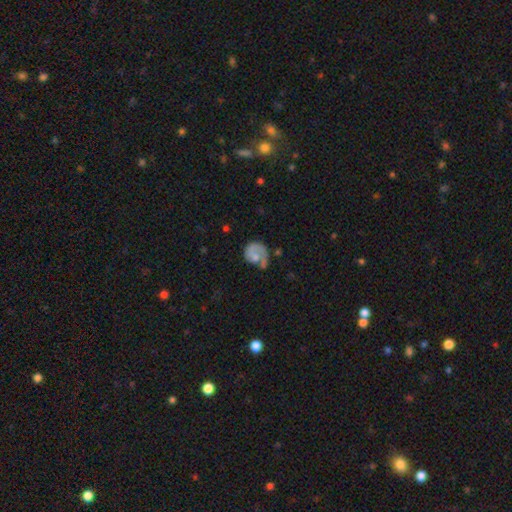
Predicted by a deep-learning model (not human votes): Overall: featured or disk (58%; smooth 35%). Edge-on disk: no (98%). Bar: no (78%). Spiral arms: yes (78%). Bulge size: small (44%; moderate 34%). Merging: none (40%; major disturbance 30%).